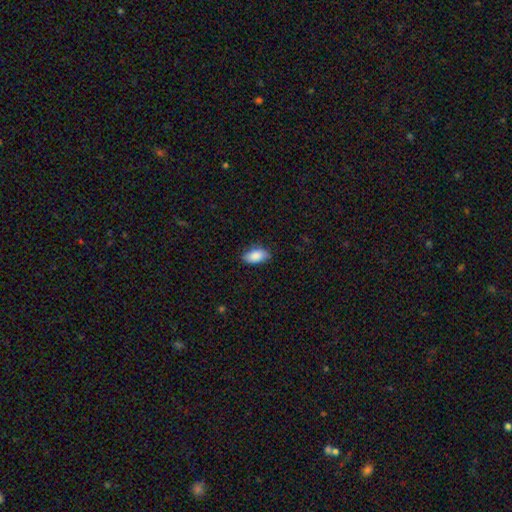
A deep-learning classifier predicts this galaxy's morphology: This appears to be a smooth galaxy with no disk features (88%) that is in between round and cigar-shaped (93%). Merging: none (82%).